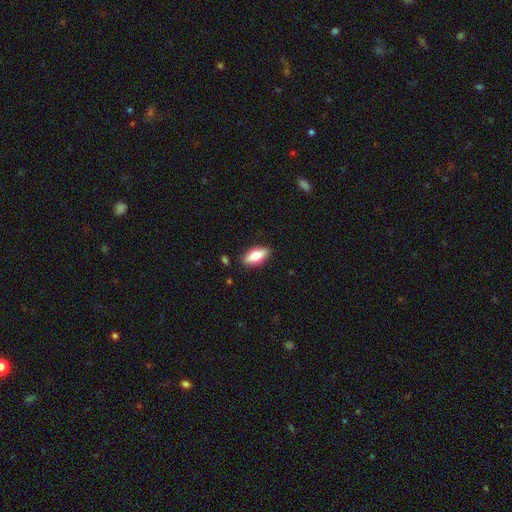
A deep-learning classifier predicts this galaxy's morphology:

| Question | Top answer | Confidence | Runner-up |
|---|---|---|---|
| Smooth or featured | smooth | 71% | featured or disk (23%) |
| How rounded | in between | 78% | cigar-shaped (19%) |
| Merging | none | 87% | minor disturbance (9%) |